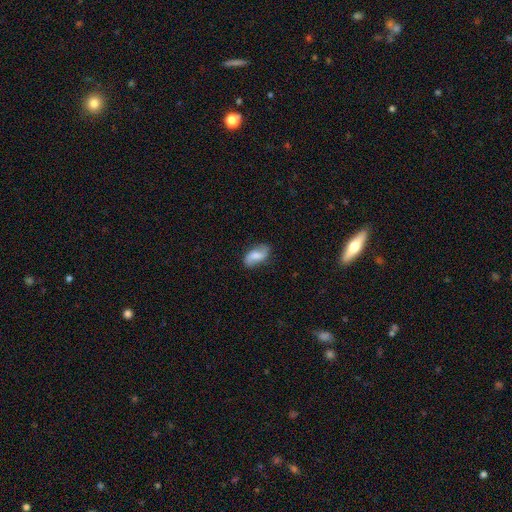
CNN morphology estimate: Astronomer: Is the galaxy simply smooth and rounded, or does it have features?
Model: featured or disk — 48% (runner-up: smooth, 44%).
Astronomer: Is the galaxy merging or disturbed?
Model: none — 74%.